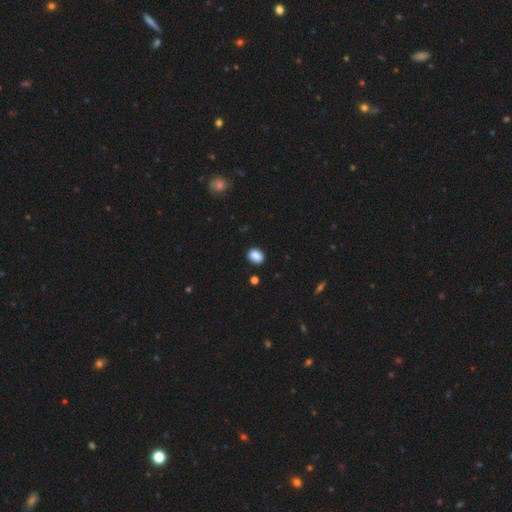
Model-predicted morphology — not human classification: A smooth galaxy with no disk features (87%) that is in between round and cigar-shaped (62%). Merging: none (87%).